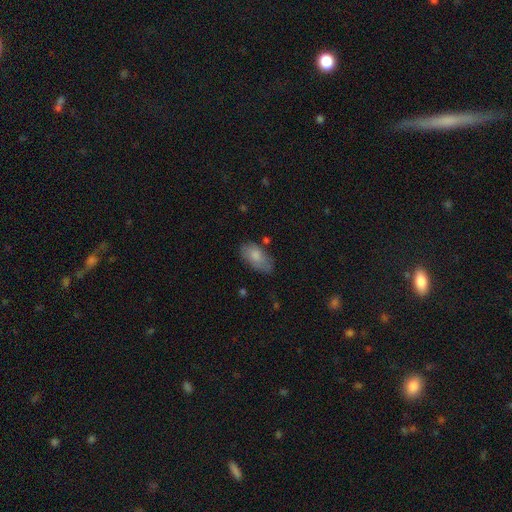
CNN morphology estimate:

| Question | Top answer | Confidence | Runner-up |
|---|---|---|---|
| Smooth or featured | smooth | 81% | featured or disk (13%) |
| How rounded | in between | 93% | round (4%) |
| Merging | none | 65% | minor disturbance (24%) |